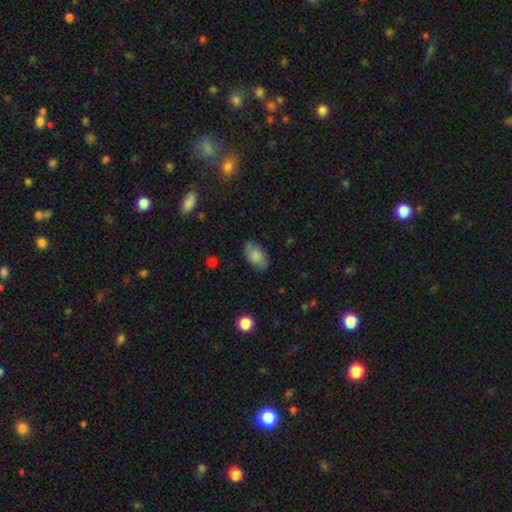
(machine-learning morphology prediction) type=smooth (82%); roundness=in between (94%); merging=none (82%).